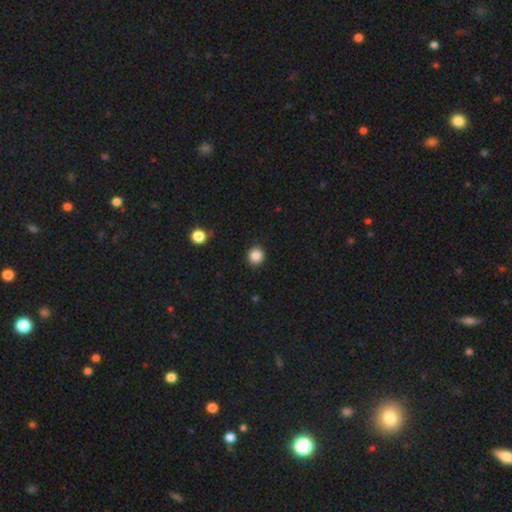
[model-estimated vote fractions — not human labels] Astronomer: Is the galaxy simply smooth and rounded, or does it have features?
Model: smooth — 86%.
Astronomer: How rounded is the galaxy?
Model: round — 90%.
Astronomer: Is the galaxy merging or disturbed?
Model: none — 91%.